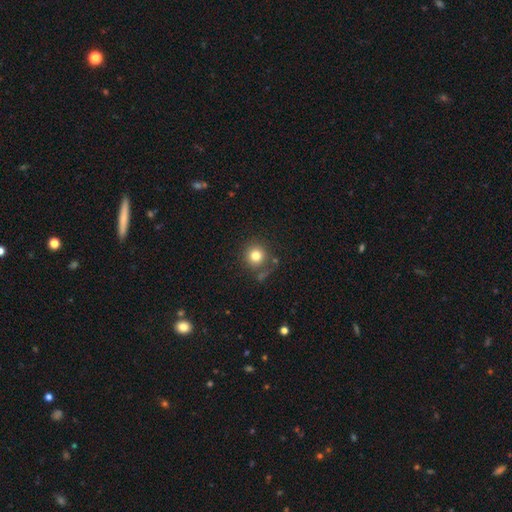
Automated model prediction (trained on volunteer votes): The model was most divided on "merging": none: 75%, minor disturbance: 12%, merger: 8%, major disturbance: 6%. More confident: how rounded — round (93%); smooth or featured — smooth (80%).